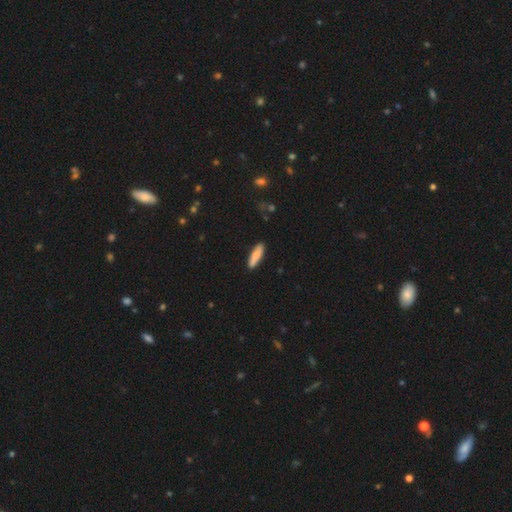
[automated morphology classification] Smooth or featured? Predicted: smooth (p=0.81). How rounded? Predicted: cigar-shaped (p=0.69). Merging? Predicted: none (p=0.88).